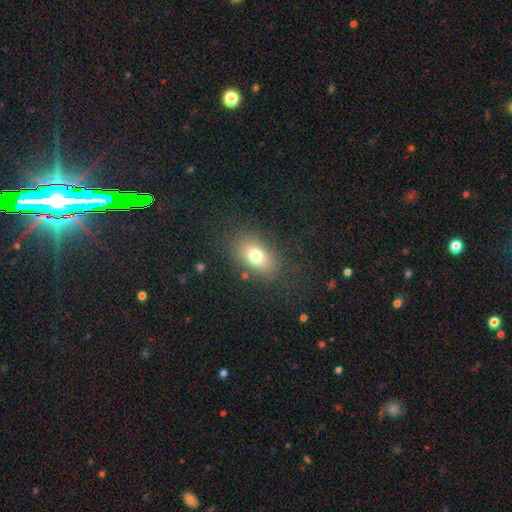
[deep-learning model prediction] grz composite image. It shows a smooth galaxy with no disk features (74%) that is in between round and cigar-shaped (83%). Merging: none (80%).